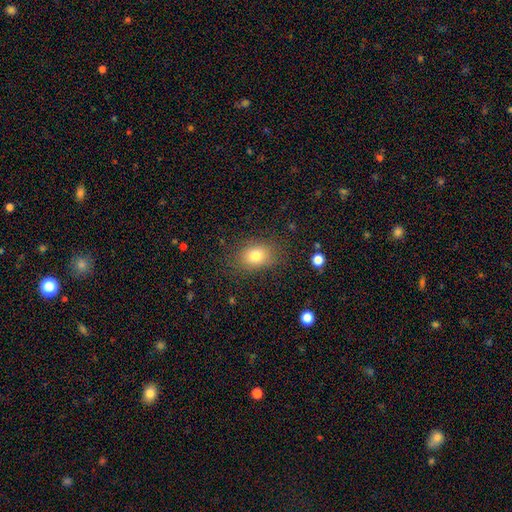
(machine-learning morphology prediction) type=smooth (80%); roundness=in between (65%); merging=none (81%).